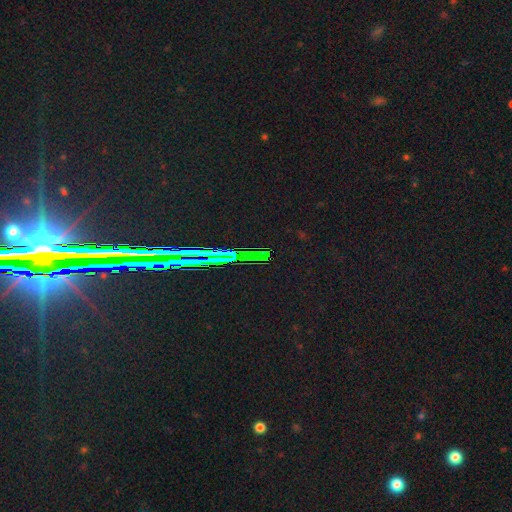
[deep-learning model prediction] Smooth or featured: star or artifact — 82% (smooth — 10%)